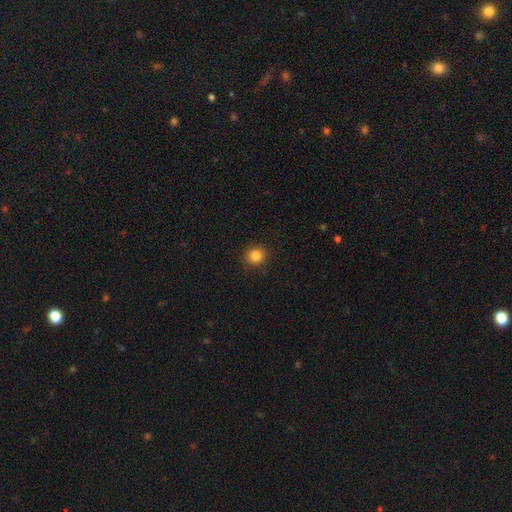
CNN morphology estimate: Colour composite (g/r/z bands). It shows a smooth galaxy with no disk features (84%) that is round (90%). Merging: none (91%).